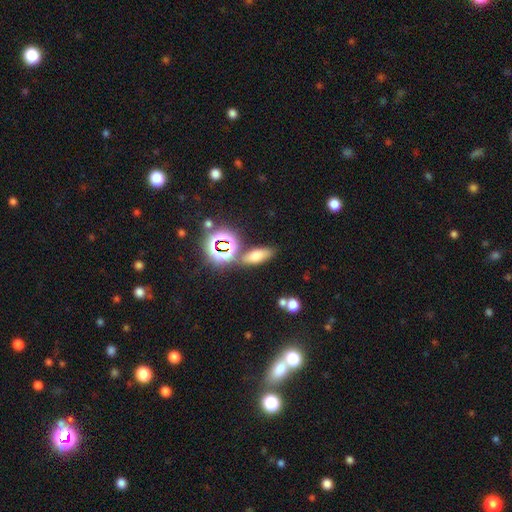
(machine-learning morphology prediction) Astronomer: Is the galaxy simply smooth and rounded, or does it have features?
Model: smooth — 63%.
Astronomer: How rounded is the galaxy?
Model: in between — 67%.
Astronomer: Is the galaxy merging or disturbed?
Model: none — 74%.